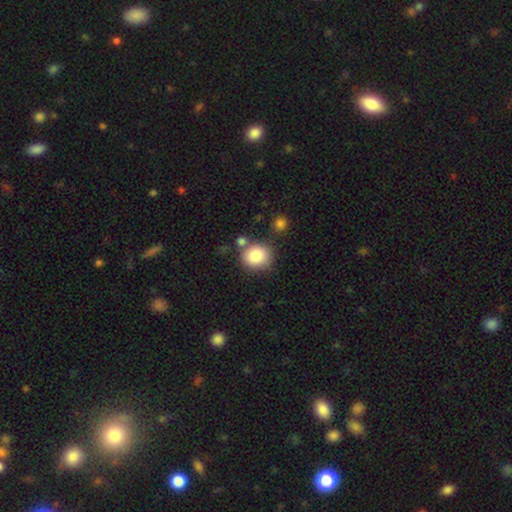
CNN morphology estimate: type=smooth (85%); roundness=round (76%); merging=none (69%).